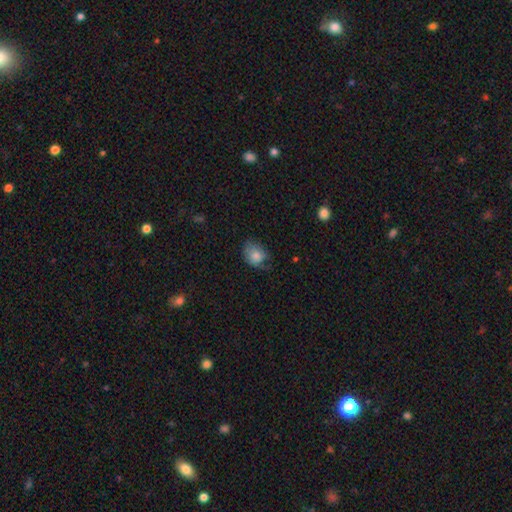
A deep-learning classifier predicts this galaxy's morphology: Overall: smooth (78%). How rounded: in between (52%; round 47%). Merging: none (49%; minor disturbance 35%).